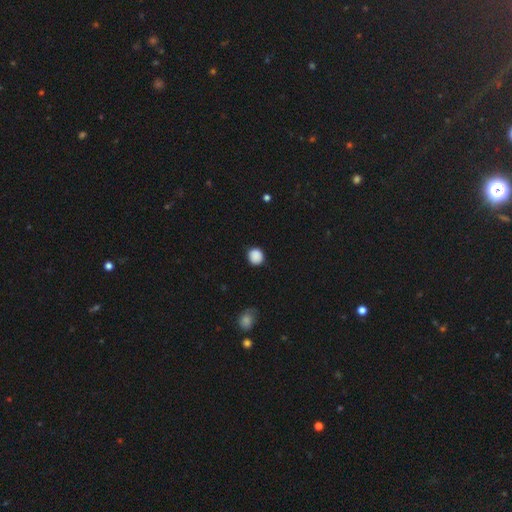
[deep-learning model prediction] This is clearly a smooth galaxy (88%). How rounded: clearly round (89%). Merging: clearly none (86%).